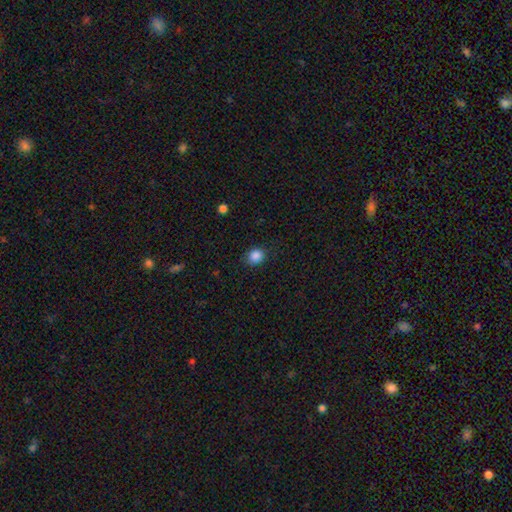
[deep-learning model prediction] This is clearly a smooth galaxy (86%). How rounded: likely round (72%). Merging: clearly none (84%).